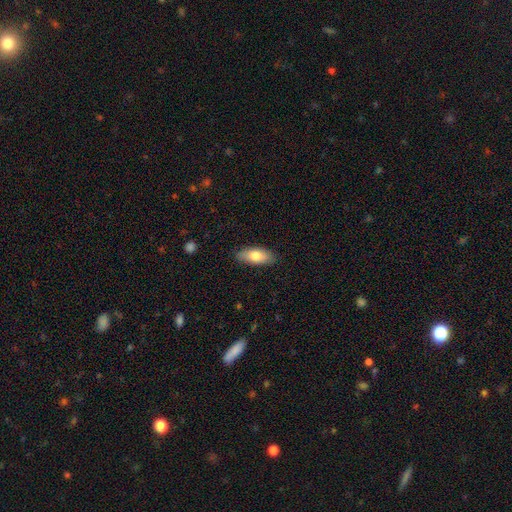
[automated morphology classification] Q: Smooth or featured?
A: smooth (76%); runner-up: featured or disk (18%)
Q: How rounded?
A: in between (83%); runner-up: cigar-shaped (15%)
Q: Merging?
A: none (87%); runner-up: minor disturbance (10%)